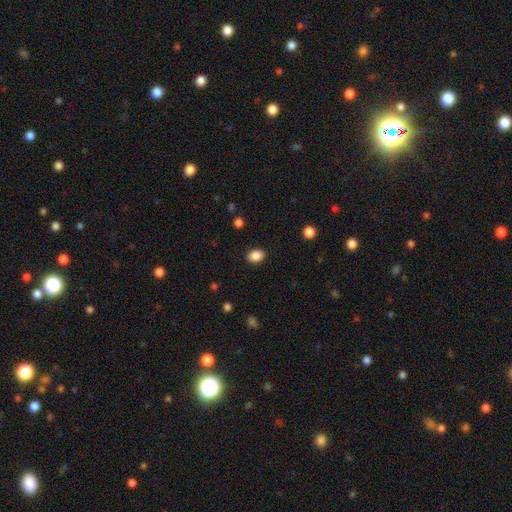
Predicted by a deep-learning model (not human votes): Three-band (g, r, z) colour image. It shows a smooth galaxy with no disk features (88%) that is in between round and cigar-shaped (70%). Merging: none (89%).